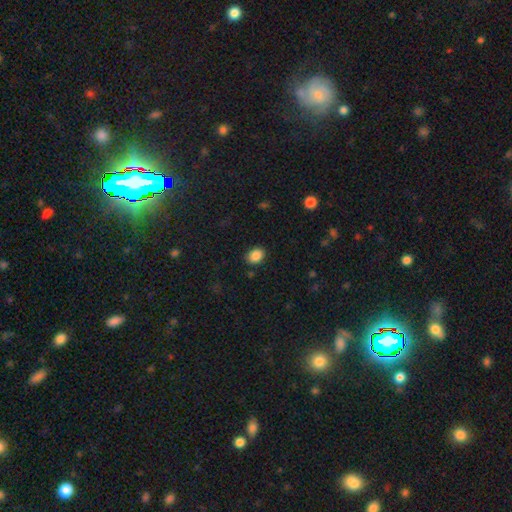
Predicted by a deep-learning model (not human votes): Morphology: type=smooth (88%); roundness=in between (65%); merging=none (86%).